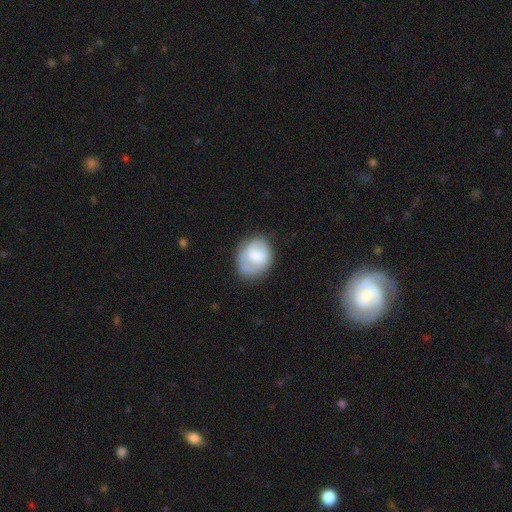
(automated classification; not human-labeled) smooth_or_featured: smooth (p=0.59) [alt: featured or disk p=0.33]
how_rounded: round (p=0.50) [alt: in between p=0.49]
merging: none (p=0.54) [alt: minor disturbance p=0.28]